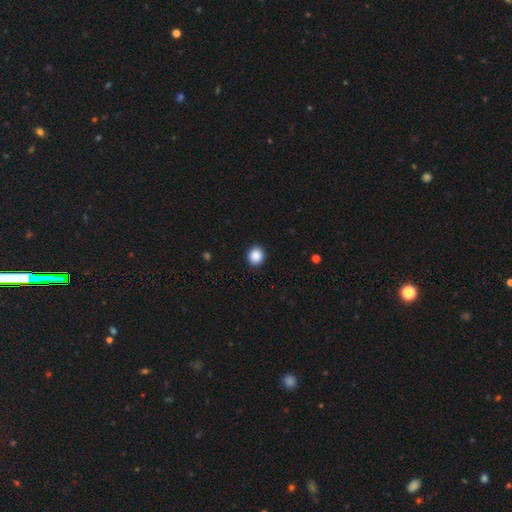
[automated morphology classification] smooth-or-featured: smooth: 89% | star or artifact: 9% | featured or disk: 2%
  how-rounded: round: 85% | in between: 14% | cigar-shaped: 1%
  merging: none: 92% | minor disturbance: 5% | major disturbance: 2% | merger: 1%